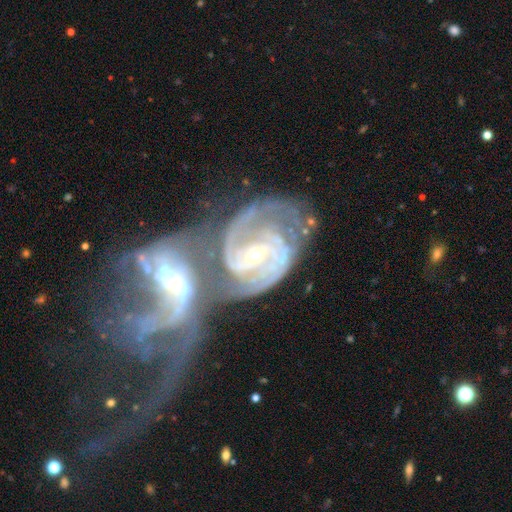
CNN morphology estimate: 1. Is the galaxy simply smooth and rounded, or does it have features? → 90% featured or disk, 5% star or artifact, 5% smooth.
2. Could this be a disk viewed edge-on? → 98% no, 2% yes.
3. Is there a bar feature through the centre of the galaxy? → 39% weak, 36% no, 25% strong.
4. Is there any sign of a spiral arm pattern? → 96% yes, 4% no.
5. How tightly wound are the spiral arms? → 45% tight, 42% medium, 14% loose.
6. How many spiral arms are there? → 53% 2, 16% can't tell, 15% 3, 6% 4, 6% 1, 5% more than 4.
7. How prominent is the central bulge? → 61% small, 35% moderate, 2% large, 2% none, 1% dominant.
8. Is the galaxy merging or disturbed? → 73% merger, 11% none, 9% major disturbance, 7% minor disturbance.